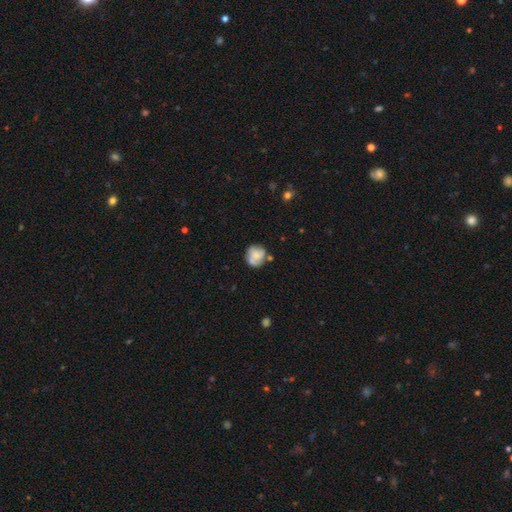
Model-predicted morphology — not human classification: Smooth or featured? smooth (55%)
How rounded? round (81%)
Merging? none (59%)